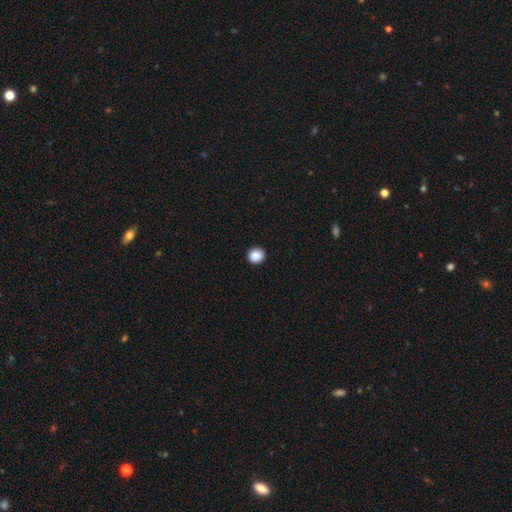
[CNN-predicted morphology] This appears to be a smooth galaxy with no disk features (88%) that is round (91%). Merging: none (93%).